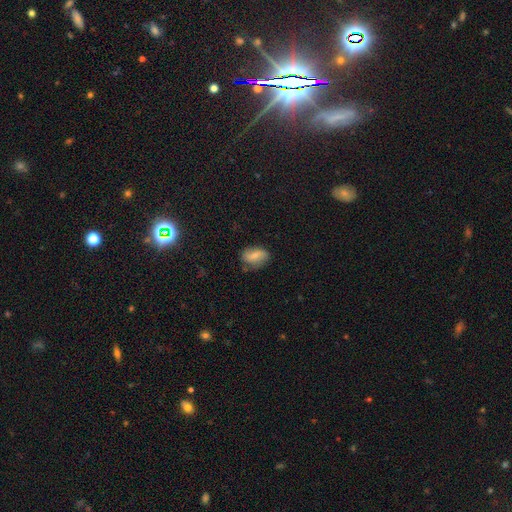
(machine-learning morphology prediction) A smooth galaxy with no disk features (61%) that is in between round and cigar-shaped (85%).

Vote fractions:
- Smooth or featured? smooth: 61% / featured or disk: 30% / star or artifact: 9%
- How rounded? in between: 85% / round: 12% / cigar-shaped: 3%
- Merging? none: 62% / minor disturbance: 28% / major disturbance: 8% / merger: 3%